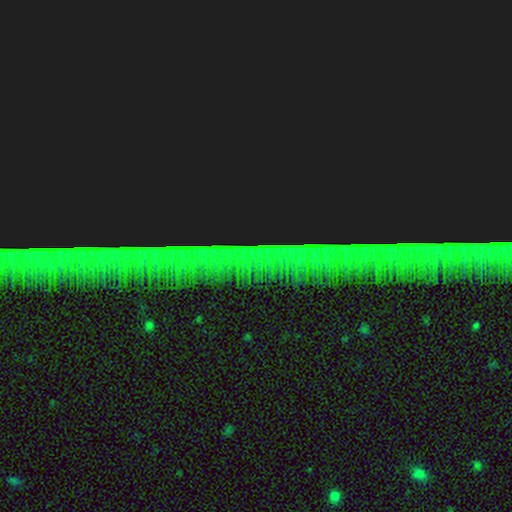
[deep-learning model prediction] This appears to be a star or artifact, not a galaxy (84%).